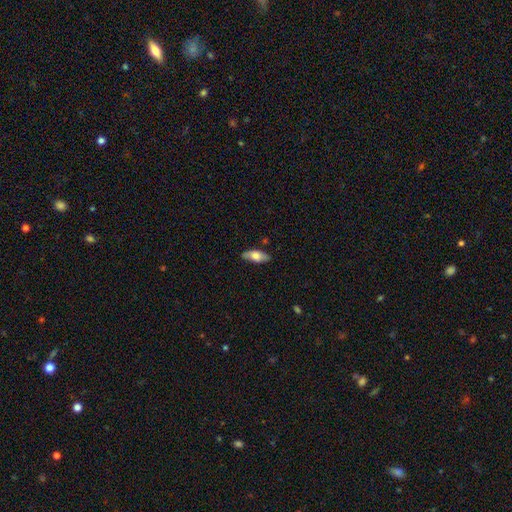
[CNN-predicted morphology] type=smooth (68%); roundness=in between (81%); merging=none (80%).